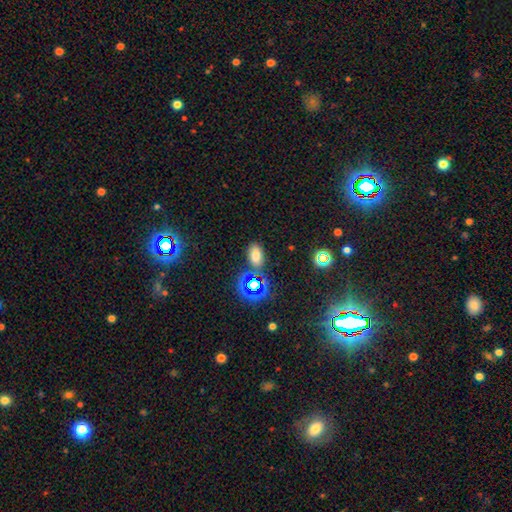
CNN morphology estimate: A smooth galaxy with no disk features (65%) that is in between round and cigar-shaped (85%). Merging: none (79%).